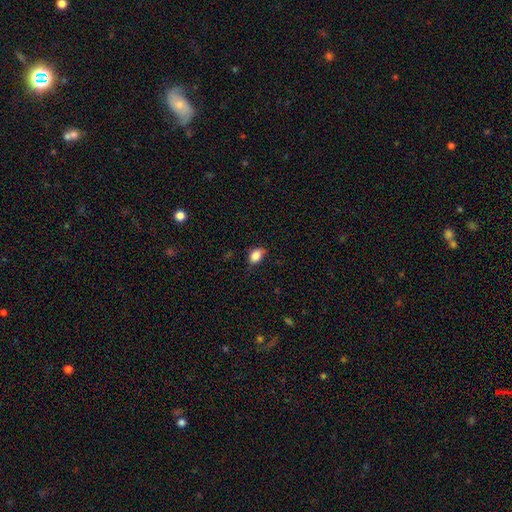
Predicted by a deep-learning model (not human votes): Smooth or featured? Predicted: smooth (p=0.85). How rounded? Predicted: in between (p=0.77). Merging? Predicted: none (p=0.63).